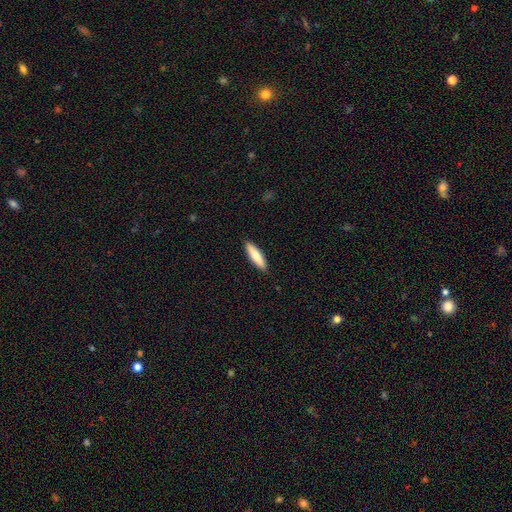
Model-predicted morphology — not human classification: smooth-or-featured: smooth: 77% | featured or disk: 18% | star or artifact: 5%
  how-rounded: cigar-shaped: 74% | in between: 25% | round: 1%
  merging: none: 91% | minor disturbance: 7% | major disturbance: 1% | merger: 1%